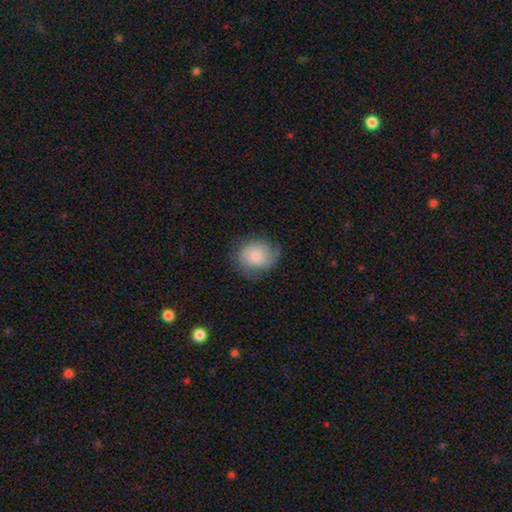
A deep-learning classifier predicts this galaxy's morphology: A smooth galaxy with no disk features (70%) that is round (66%).

Vote fractions:
- Smooth or featured? smooth: 70% / featured or disk: 22% / star or artifact: 7%
- How rounded? round: 66% / in between: 33% / cigar-shaped: 1%
- Merging? none: 68% / minor disturbance: 23% / major disturbance: 8% / merger: 1%